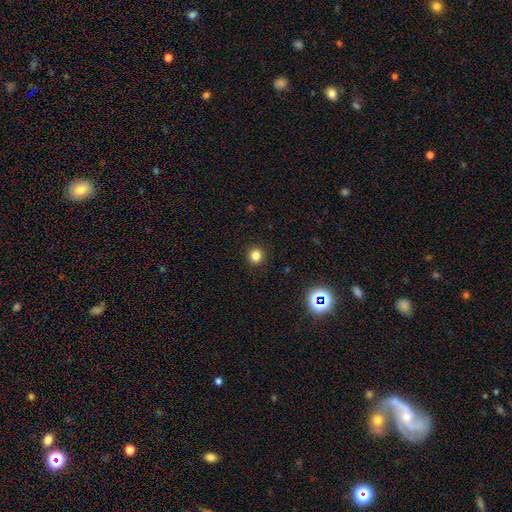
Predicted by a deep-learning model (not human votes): smooth-or-featured: smooth: 82% | star or artifact: 14% | featured or disk: 5%
  how-rounded: round: 92% | in between: 7% | cigar-shaped: 1%
  merging: none: 93% | minor disturbance: 5% | major disturbance: 2% | merger: 1%